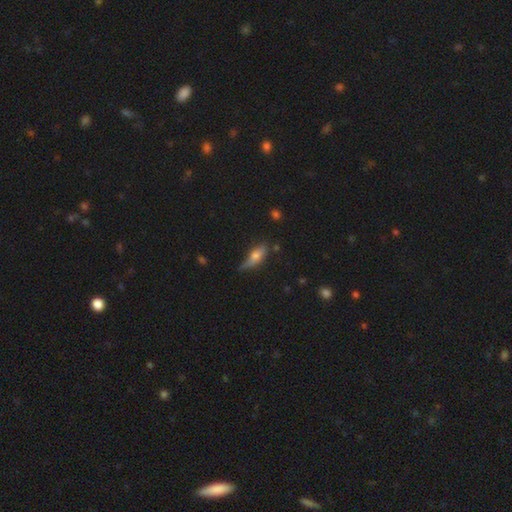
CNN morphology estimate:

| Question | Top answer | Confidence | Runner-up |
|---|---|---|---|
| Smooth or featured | smooth | 59% | featured or disk (32%) |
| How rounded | in between | 56% | cigar-shaped (40%) |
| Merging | none | 51% | minor disturbance (34%) |